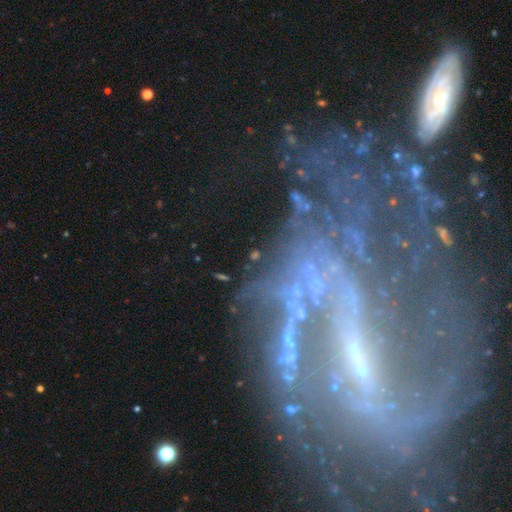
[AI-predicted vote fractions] Smooth or featured?
  - featured or disk: 61% *
  - star or artifact: 24%
  - smooth: 15%
Edge-on disk?
  - no: 91% *
  - yes: 9%
Bar?
  - no: 53% *
  - weak: 24%
  - strong: 23%
Spiral arms?
  - yes: 70% *
  - no: 30%
Bulge size?
  - small: 49% *
  - none: 22%
  - moderate: 21%
  - large: 5%
  - dominant: 3%
Merging?
  - none: 60% *
  - minor disturbance: 18%
  - major disturbance: 16%
  - merger: 6%